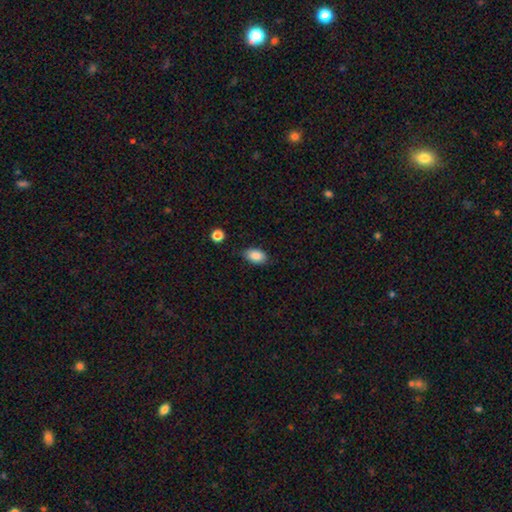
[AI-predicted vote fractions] A smooth galaxy with no disk features (88%) that is in between round and cigar-shaped (91%). Merging: none (80%).